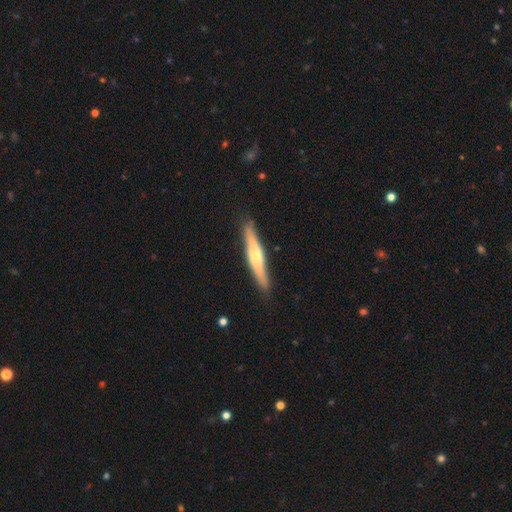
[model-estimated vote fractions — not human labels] Smooth or featured?
  - featured or disk: 55% *
  - smooth: 40%
  - star or artifact: 5%
Edge-on disk?
  - yes: 92% *
  - no: 8%
Edge-on bulge?
  - rounded: 75% *
  - none: 15%
  - boxy: 9%
Merging?
  - none: 86% *
  - minor disturbance: 11%
  - major disturbance: 2%
  - merger: 1%